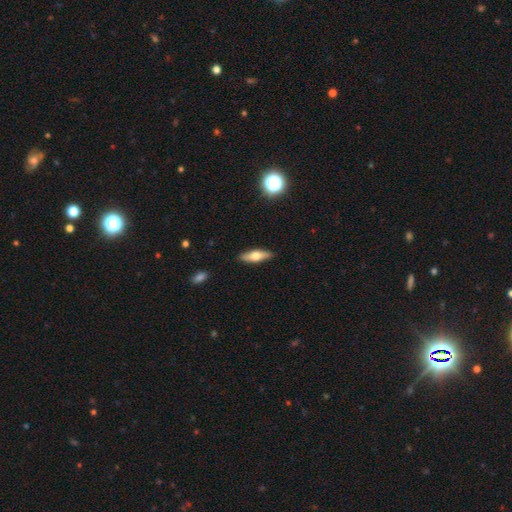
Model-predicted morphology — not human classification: The model was most divided on "how rounded" (2-way tie): cigar-shaped: 49%, in between: 49%, round: 3%. More confident: merging — none (88%); smooth or featured — smooth (56%).